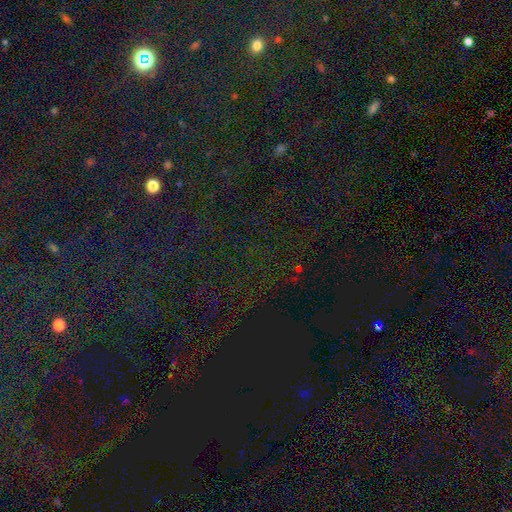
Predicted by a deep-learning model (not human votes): This appears to be a star or artifact, not a galaxy (80%).